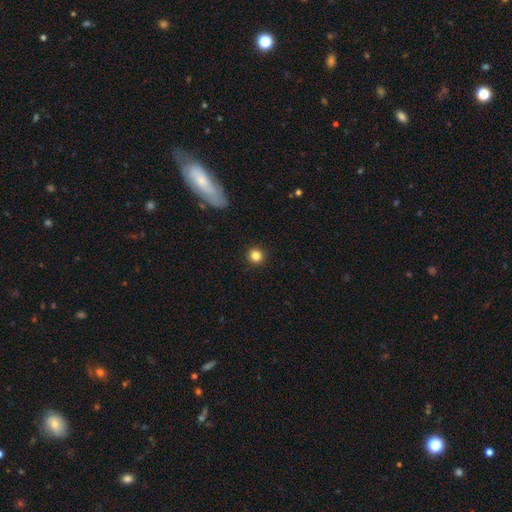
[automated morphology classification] This appears to be a smooth galaxy with no disk features (84%) that is round (94%). Merging: none (92%).